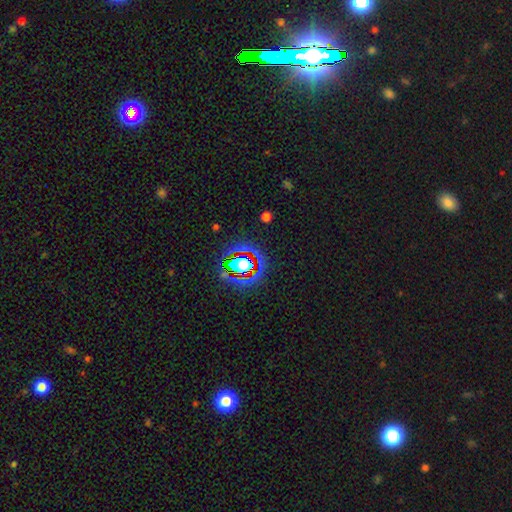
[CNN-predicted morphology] type=star or artifact (79%).